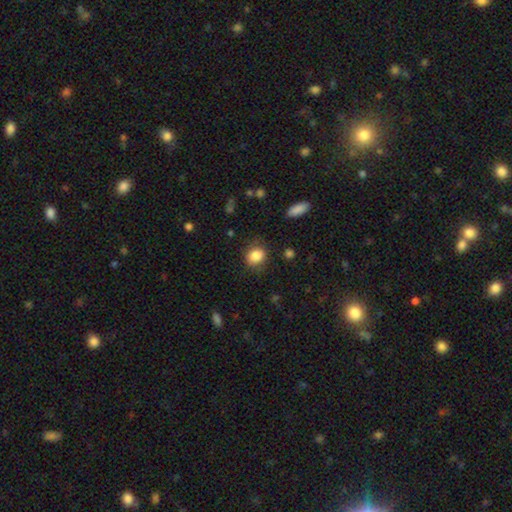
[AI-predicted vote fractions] Smooth or featured? smooth (86%)
How rounded? round (63%)
Merging? none (76%)